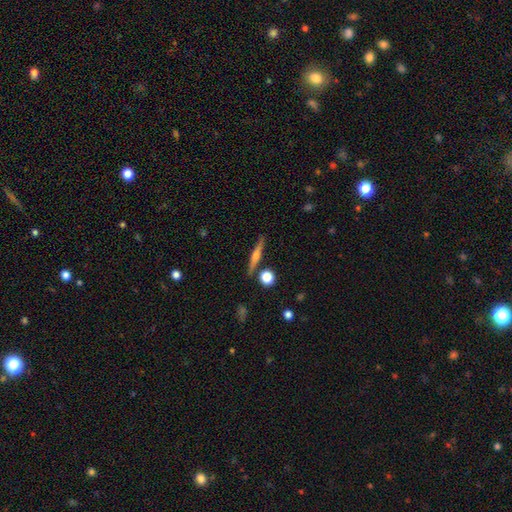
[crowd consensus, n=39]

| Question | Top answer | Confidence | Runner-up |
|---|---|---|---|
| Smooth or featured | featured or disk | 67% | smooth (28%) |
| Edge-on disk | yes | 100% | — |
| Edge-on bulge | rounded | 69% | boxy (19%) |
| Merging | none | 92% | minor disturbance (3%) |